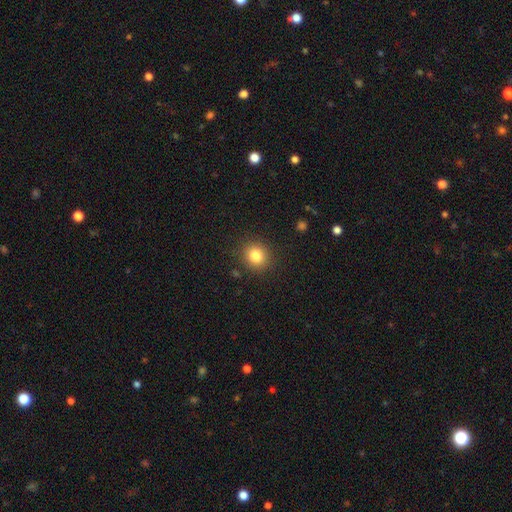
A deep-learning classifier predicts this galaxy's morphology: type=smooth (83%); roundness=round (84%); merging=none (88%).